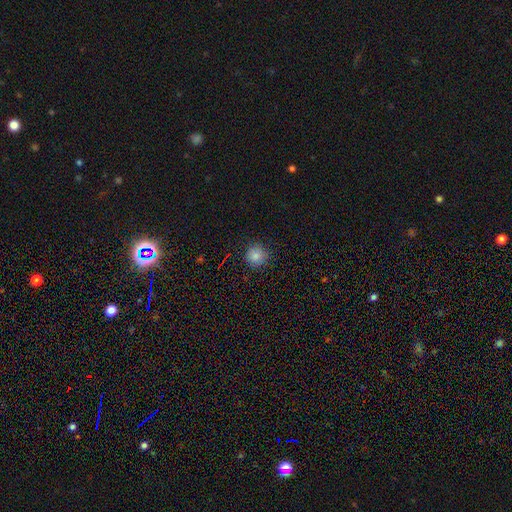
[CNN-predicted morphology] Smooth or featured? Predicted: smooth (p=0.82). How rounded? Predicted: round (p=0.94). Merging? Predicted: none (p=0.87).